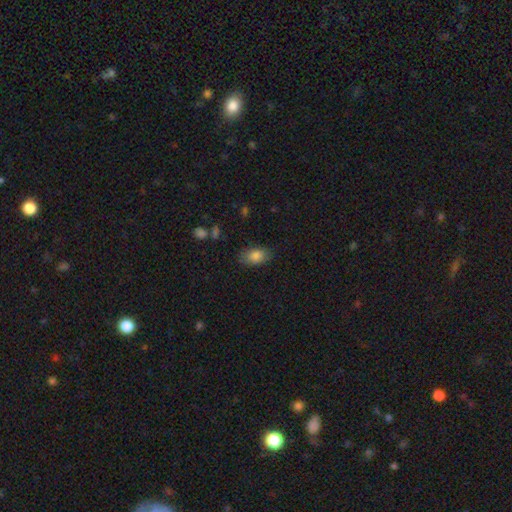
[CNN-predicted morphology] Smooth or featured? smooth (85%)
How rounded? in between (89%)
Merging? none (81%)